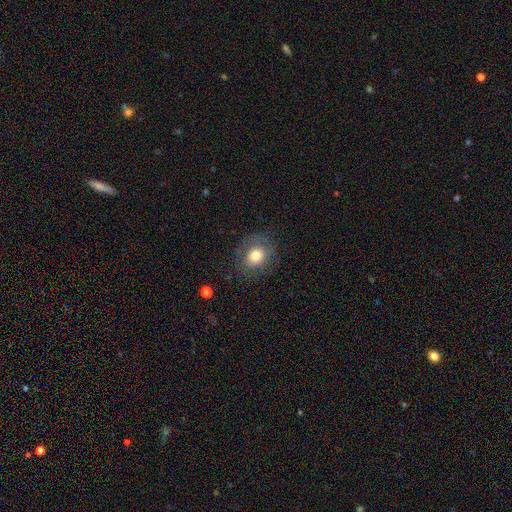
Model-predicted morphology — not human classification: Smooth or featured?
  - smooth: 74% *
  - featured or disk: 16%
  - star or artifact: 10%
How rounded?
  - round: 68% *
  - in between: 31%
  - cigar-shaped: 1%
Merging?
  - none: 79% *
  - minor disturbance: 14%
  - major disturbance: 6%
  - merger: 1%